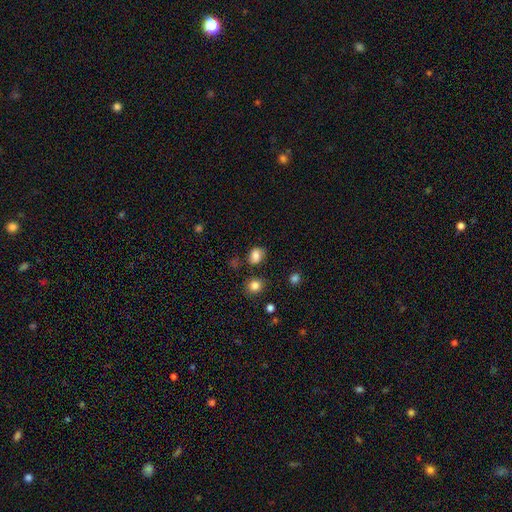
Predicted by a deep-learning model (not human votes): This is clearly a smooth galaxy (82%). How rounded: likely in between (66%). Merging: likely none (72%).